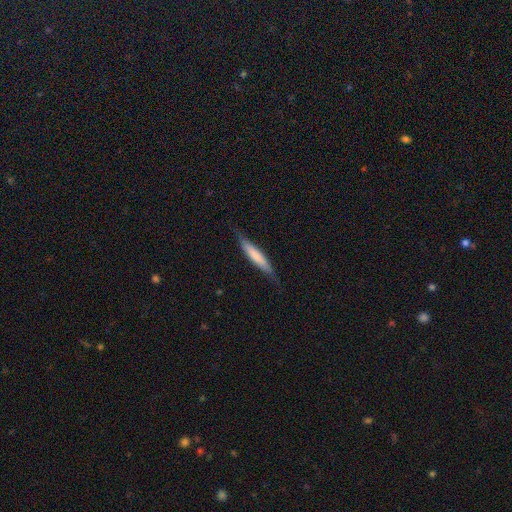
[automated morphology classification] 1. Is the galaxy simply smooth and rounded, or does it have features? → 65% smooth, 30% featured or disk, 5% star or artifact.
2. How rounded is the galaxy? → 89% cigar-shaped, 9% in between, 1% round.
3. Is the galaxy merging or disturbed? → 79% none, 17% minor disturbance, 3% major disturbance, 1% merger.